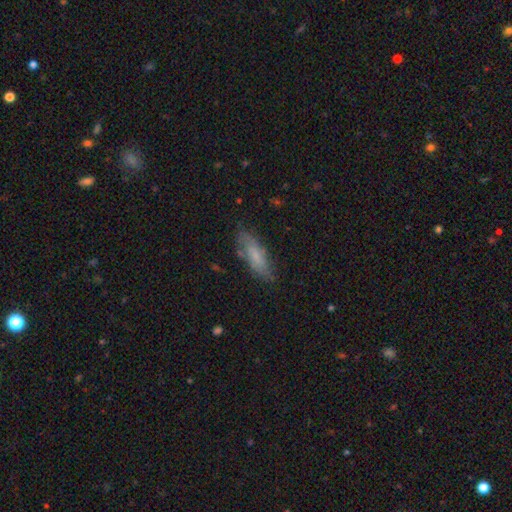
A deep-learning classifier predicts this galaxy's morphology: Smooth or featured? smooth (67%)
How rounded? in between (54%)
Merging? none (73%)